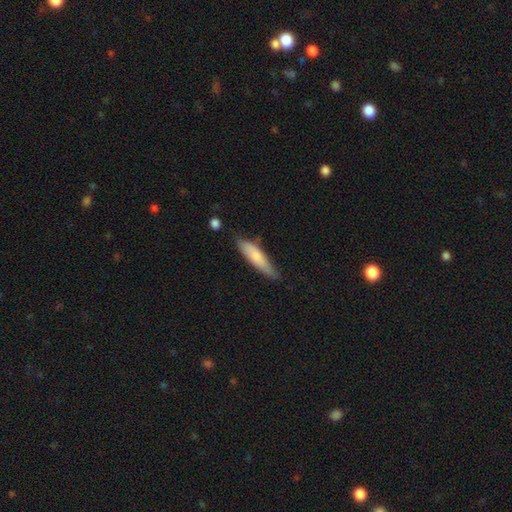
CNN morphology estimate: Q: Smooth or featured?
A: smooth (71%); runner-up: featured or disk (23%)
Q: How rounded?
A: cigar-shaped (72%); runner-up: in between (26%)
Q: Merging?
A: none (63%); runner-up: minor disturbance (29%)